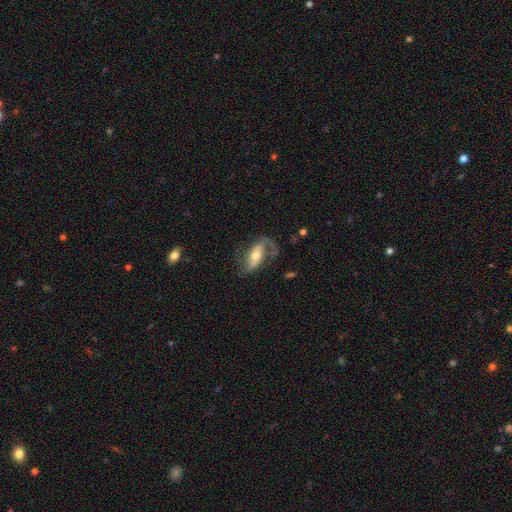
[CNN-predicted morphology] A featured or disk galaxy (73%) with a strong bar (35%), 2 (73%) loose (57%) spiral arms (89%) and a moderate central bulge (63%).

Vote fractions:
- Smooth or featured? featured or disk: 73% / smooth: 21% / star or artifact: 6%
- Edge-on disk? no: 91% / yes: 9%
- Bar? strong: 35% / weak: 33% / no: 32%
- Spiral arms? yes: 89% / no: 11%
- Spiral winding? loose: 57% / medium: 32% / tight: 11%
- Spiral arm count? 2: 73% / 1: 19% / can't tell: 5% / 3: 1% / 4: 1% / more than 4: 1%
- Bulge size? moderate: 63% / small: 24% / large: 10% / none: 2% / dominant: 2%
- Merging? none: 54% / major disturbance: 22% / minor disturbance: 21% / merger: 3%